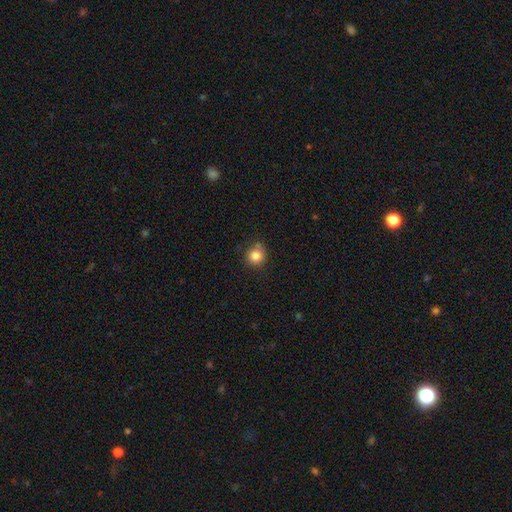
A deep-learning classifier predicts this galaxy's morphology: The model was most divided on "merging": none: 76%, minor disturbance: 14%, merger: 7%, major disturbance: 3%. More confident: how rounded — round (91%); smooth or featured — smooth (83%).